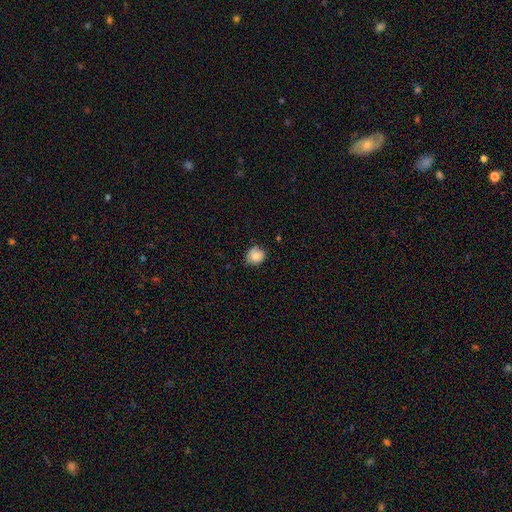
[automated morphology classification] Smooth or featured? Predicted: smooth (p=0.83). How rounded? Predicted: round (p=0.81). Merging? Predicted: none (p=0.73).